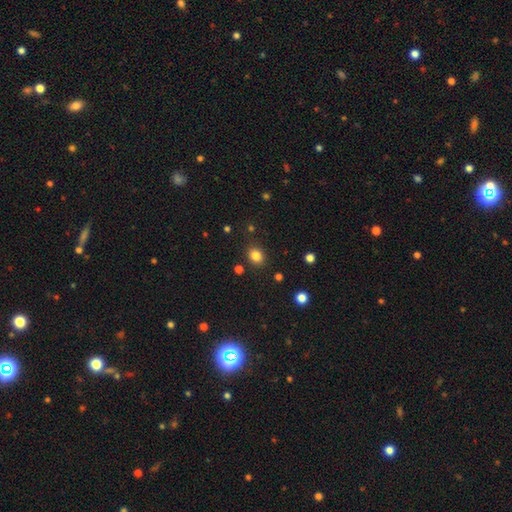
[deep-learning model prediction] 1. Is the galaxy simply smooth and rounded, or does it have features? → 83% smooth, 12% star or artifact, 5% featured or disk.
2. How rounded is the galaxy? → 56% round, 43% in between, 1% cigar-shaped.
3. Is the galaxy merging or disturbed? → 86% none, 9% minor disturbance, 3% major disturbance, 2% merger.